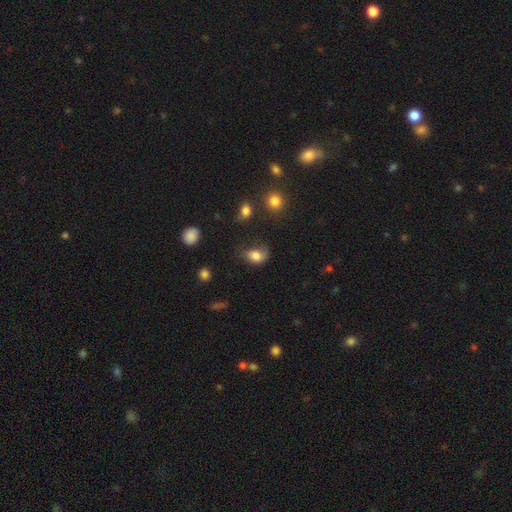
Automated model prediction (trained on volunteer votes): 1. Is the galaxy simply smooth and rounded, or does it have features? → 76% smooth, 15% featured or disk, 9% star or artifact.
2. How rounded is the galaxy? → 63% in between, 35% round, 1% cigar-shaped.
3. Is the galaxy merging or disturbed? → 37% none, 33% minor disturbance, 26% major disturbance, 4% merger.